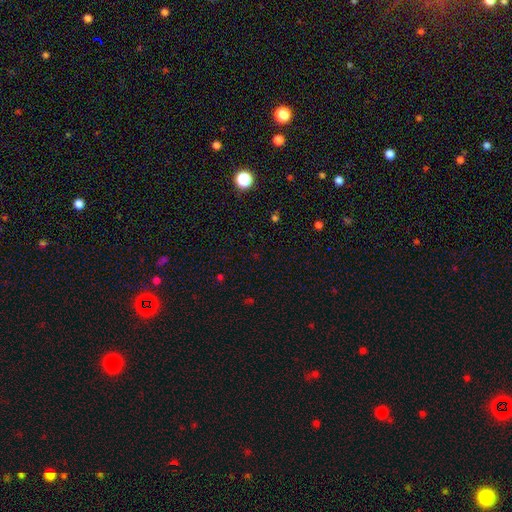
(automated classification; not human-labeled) Overall: star or artifact (65%; smooth 28%).